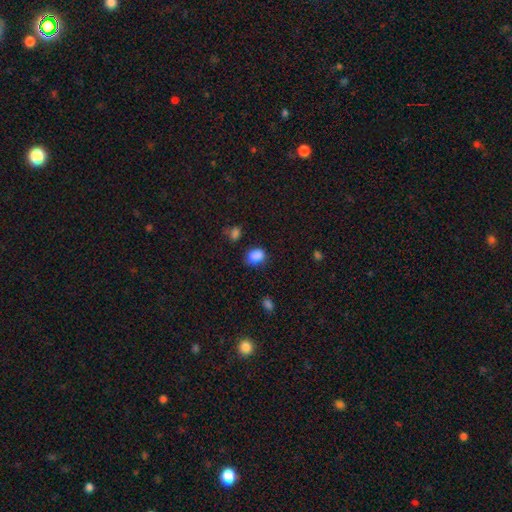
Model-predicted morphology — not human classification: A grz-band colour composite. It shows a smooth galaxy with no disk features (85%) that is in between round and cigar-shaped (66%). Merging: none (63%).